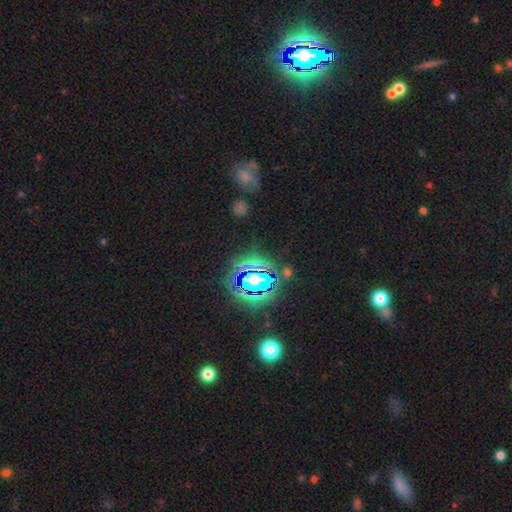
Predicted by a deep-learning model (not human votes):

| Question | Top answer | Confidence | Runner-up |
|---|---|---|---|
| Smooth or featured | star or artifact | 78% | smooth (13%) |